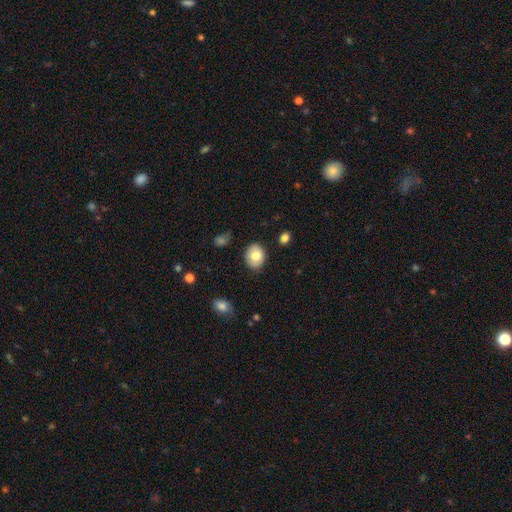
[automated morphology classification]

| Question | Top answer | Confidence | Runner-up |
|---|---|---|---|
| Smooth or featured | smooth | 76% | featured or disk (17%) |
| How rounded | in between | 60% | round (39%) |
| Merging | none | 84% | minor disturbance (12%) |